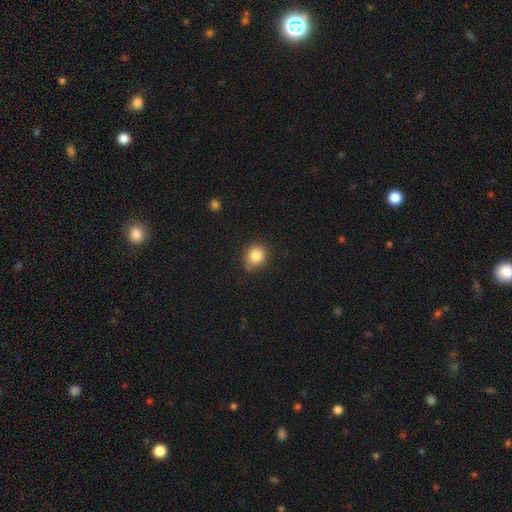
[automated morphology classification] A smooth galaxy with no disk features (84%) that is round (85%).

Vote fractions:
- Smooth or featured? smooth: 84% / star or artifact: 11% / featured or disk: 6%
- How rounded? round: 85% / in between: 14% / cigar-shaped: 1%
- Merging? none: 75% / minor disturbance: 18% / major disturbance: 4% / merger: 3%